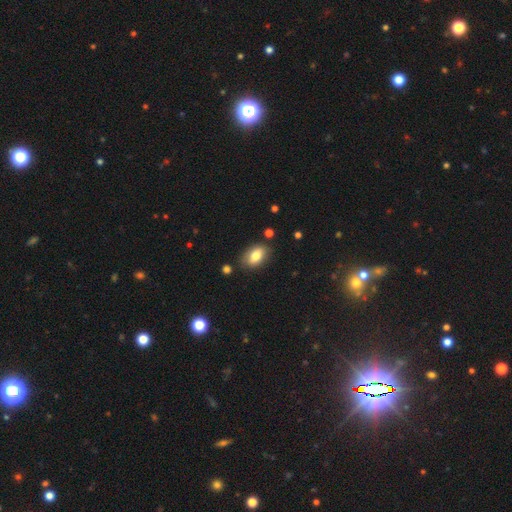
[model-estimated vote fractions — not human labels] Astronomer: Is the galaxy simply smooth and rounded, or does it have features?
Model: smooth — 80%.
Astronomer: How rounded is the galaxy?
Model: in between — 90%.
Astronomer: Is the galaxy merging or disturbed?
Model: none — 81%.